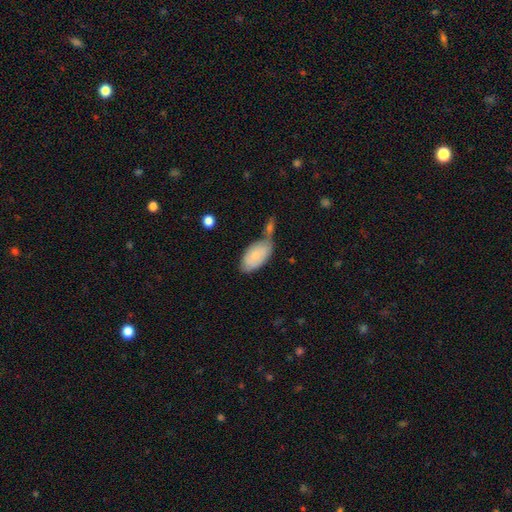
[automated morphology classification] A smooth galaxy with no disk features (74%) that is in between round and cigar-shaped (94%). Merging: none (39%).